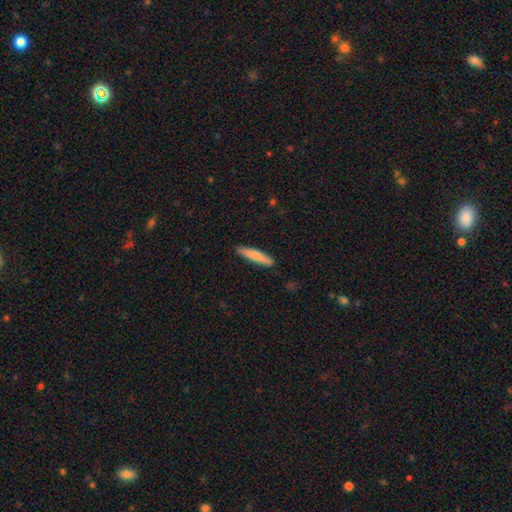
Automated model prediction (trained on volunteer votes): Smooth or featured? Predicted: smooth (p=0.78). How rounded? Predicted: cigar-shaped (p=0.86). Merging? Predicted: none (p=0.88).